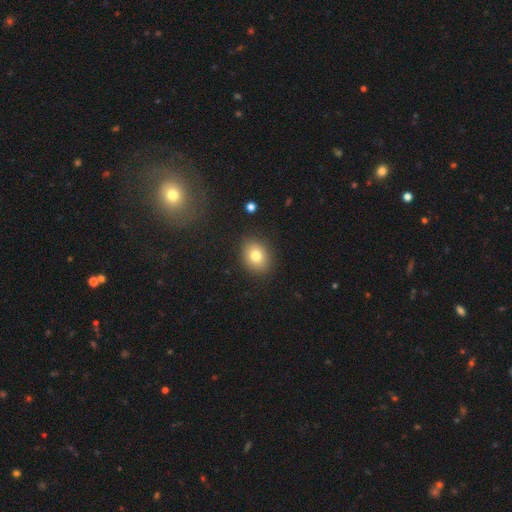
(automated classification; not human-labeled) This appears to be a smooth galaxy with no disk features (79%) that is in between round and cigar-shaped (54%). Merging: none (88%).